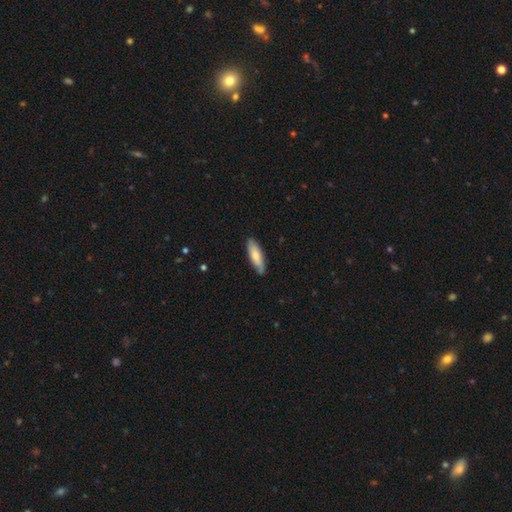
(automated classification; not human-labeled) Morphology: type=smooth (72%); roundness=cigar-shaped (50%); merging=none (80%).